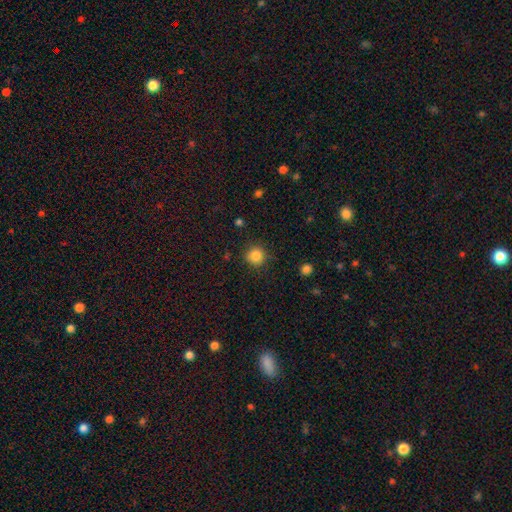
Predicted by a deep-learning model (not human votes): smooth 84%, star or artifact 11%, featured or disk 4%. Down the decision tree: how rounded — round (93%); merging — none (88%).